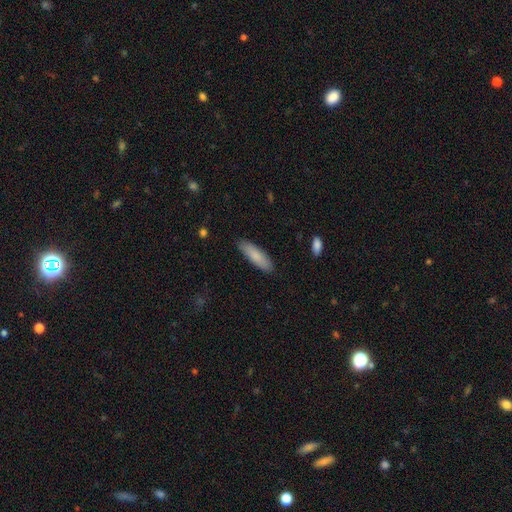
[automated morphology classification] smooth-or-featured: smooth: 84% | featured or disk: 10% | star or artifact: 6%
  how-rounded: cigar-shaped: 59% | in between: 40% | round: 1%
  merging: none: 87% | minor disturbance: 10% | major disturbance: 2% | merger: 1%